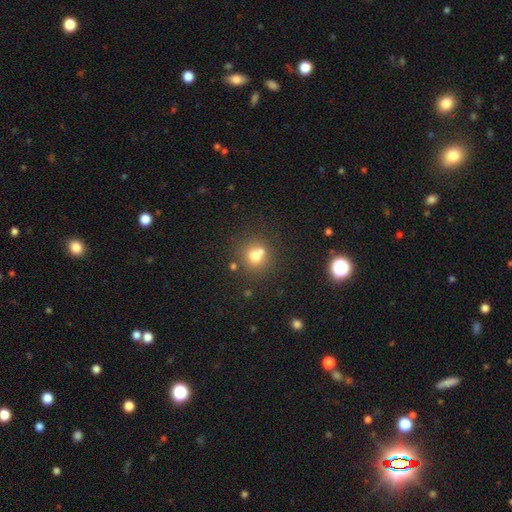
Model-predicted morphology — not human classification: Smooth or featured?
  - smooth: 69% *
  - featured or disk: 15%
  - star or artifact: 15%
How rounded?
  - round: 84% *
  - in between: 15%
  - cigar-shaped: 1%
Merging?
  - none: 56% *
  - merger: 30%
  - minor disturbance: 10%
  - major disturbance: 4%